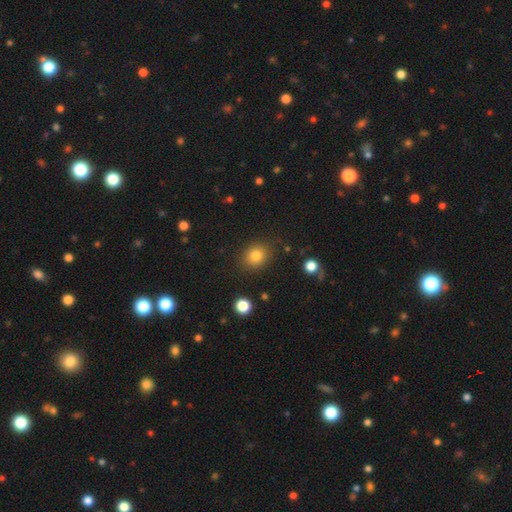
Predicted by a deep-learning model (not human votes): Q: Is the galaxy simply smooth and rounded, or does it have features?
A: smooth — 82%.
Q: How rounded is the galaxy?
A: round — 62%.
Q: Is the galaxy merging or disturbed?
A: none — 85%.